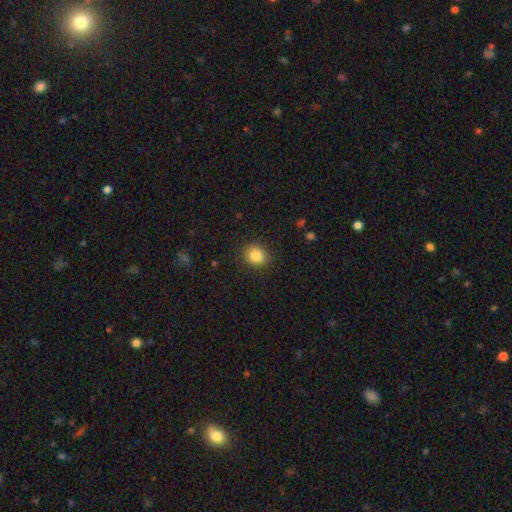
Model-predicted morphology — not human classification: A smooth galaxy with no disk features (85%) that is round (77%). Merging: none (89%).